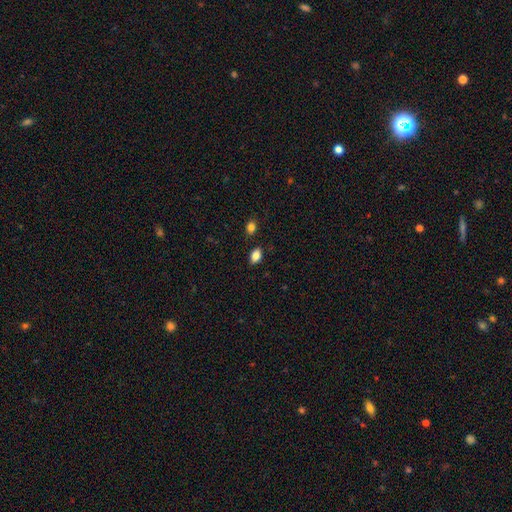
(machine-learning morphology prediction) Q: Smooth or featured?
A: smooth (84%); runner-up: star or artifact (9%)
Q: How rounded?
A: in between (86%); runner-up: round (12%)
Q: Merging?
A: none (84%); runner-up: minor disturbance (10%)